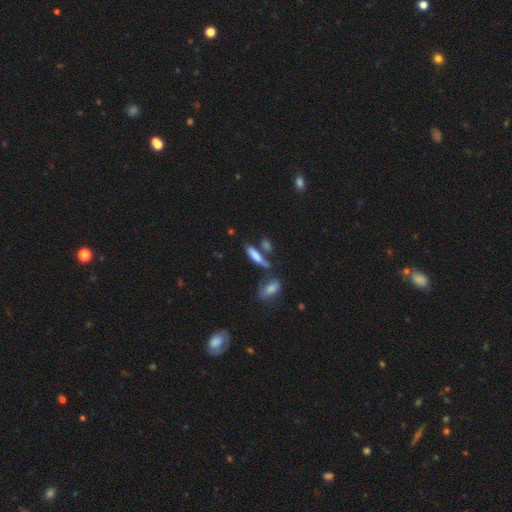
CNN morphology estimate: A smooth galaxy with no disk features (74%) that is cigar-shaped (62%).

Vote fractions:
- Smooth or featured? smooth: 74% / featured or disk: 17% / star or artifact: 9%
- How rounded? cigar-shaped: 62% / in between: 36% / round: 3%
- Merging? none: 52% / merger: 26% / minor disturbance: 15% / major disturbance: 7%